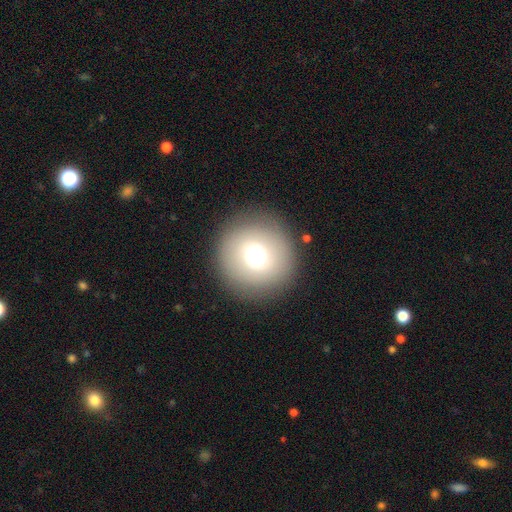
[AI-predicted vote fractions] smooth-or-featured: smooth: 69% | star or artifact: 16% | featured or disk: 15%
  how-rounded: round: 95% | in between: 4% | cigar-shaped: 1%
  merging: none: 88% | minor disturbance: 7% | major disturbance: 4% | merger: 2%